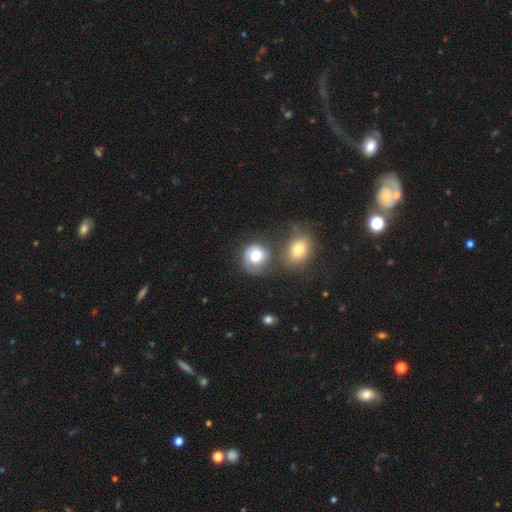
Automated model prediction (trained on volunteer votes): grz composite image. It shows a smooth galaxy with no disk features (68%) that is round (75%). Merging: none (47%).